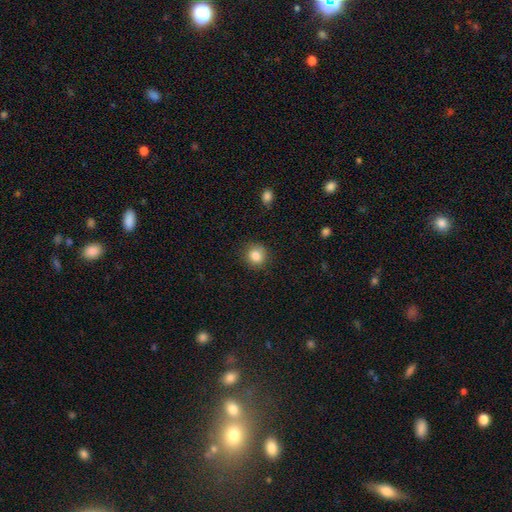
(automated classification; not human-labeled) Smooth or featured? smooth (84%)
How rounded? round (84%)
Merging? none (87%)